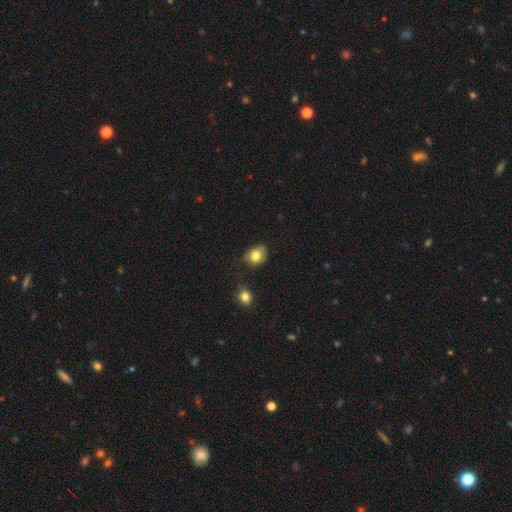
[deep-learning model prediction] This is clearly a smooth galaxy (82%). How rounded: possibly in between (54%). Merging: possibly none (60%).